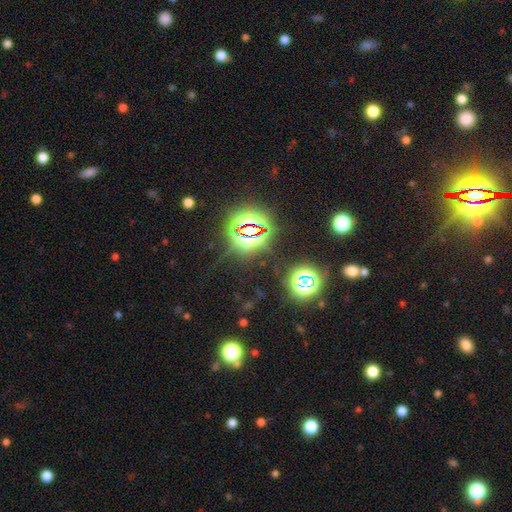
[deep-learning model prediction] Morphology: type=star or artifact (83%).